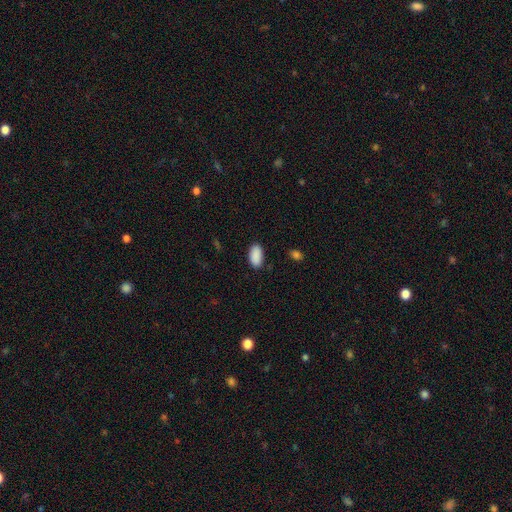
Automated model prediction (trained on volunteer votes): This is clearly a smooth galaxy (91%). How rounded: clearly in between (95%). Merging: clearly none (87%).